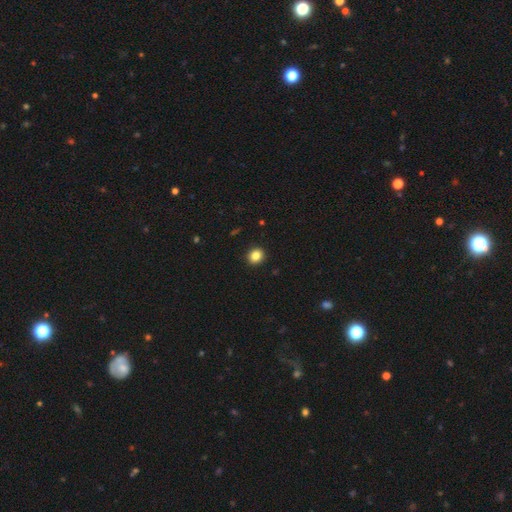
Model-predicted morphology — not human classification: The model was most divided on "how rounded": round: 72%, in between: 27%, cigar-shaped: 1%. More confident: merging — none (92%); smooth or featured — smooth (85%).